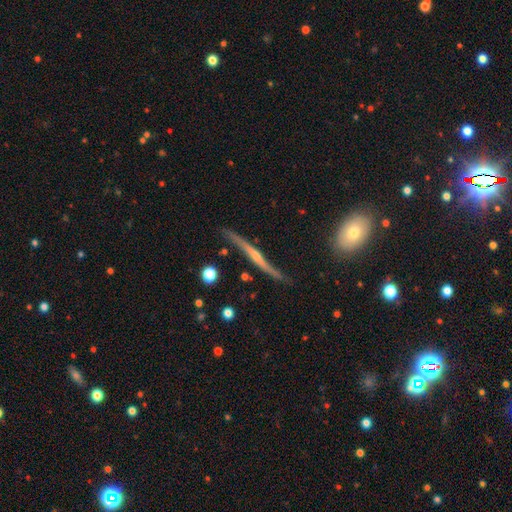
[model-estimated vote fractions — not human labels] Q: Smooth or featured?
A: featured or disk (80%); runner-up: smooth (11%)
Q: Edge-on disk?
A: yes (95%); runner-up: no (5%)
Q: Edge-on bulge?
A: rounded (73%); runner-up: none (20%)
Q: Merging?
A: none (83%); runner-up: minor disturbance (11%)